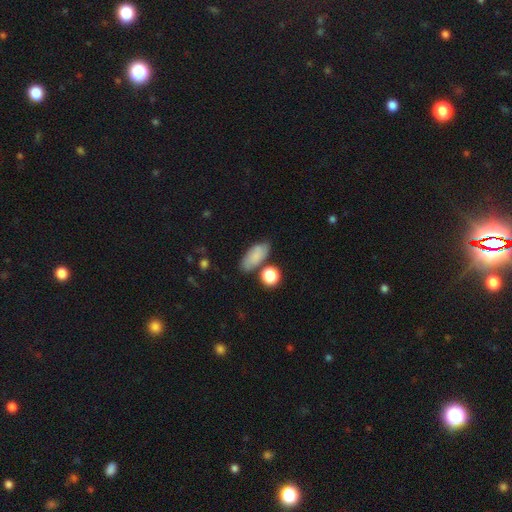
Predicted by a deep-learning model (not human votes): smooth 76%, featured or disk 15%, star or artifact 9%. Down the decision tree: how rounded — in between (83%); merging — none (68%).